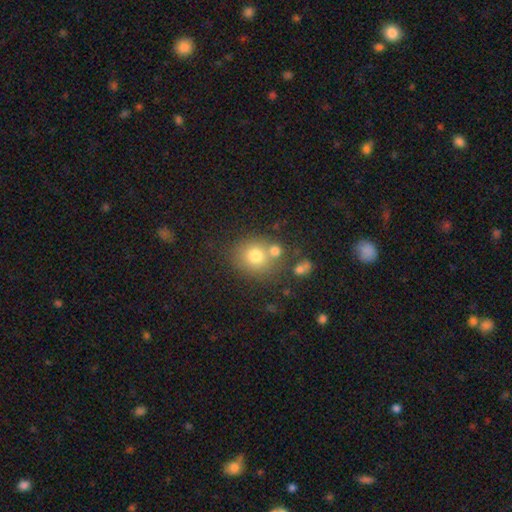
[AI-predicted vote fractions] Smooth or featured: smooth — 75% (star or artifact — 13%)
How rounded: round — 80% (in between — 19%)
Merging: none — 61% (merger — 23%)